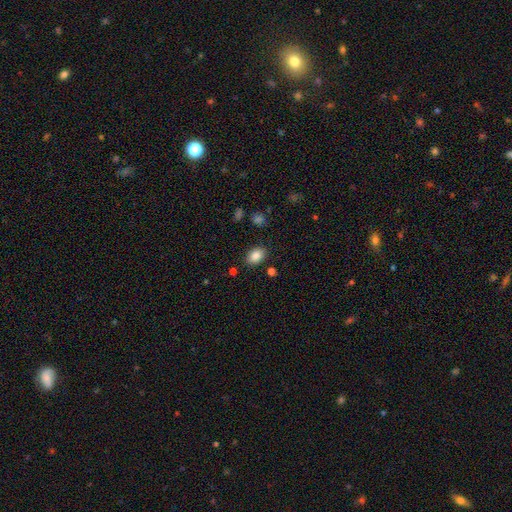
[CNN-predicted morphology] A smooth galaxy with no disk features (86%) that is in between round and cigar-shaped (82%).

Vote fractions:
- Smooth or featured? smooth: 86% / star or artifact: 9% / featured or disk: 5%
- How rounded? in between: 82% / round: 17% / cigar-shaped: 1%
- Merging? none: 84% / minor disturbance: 11% / major disturbance: 3% / merger: 2%